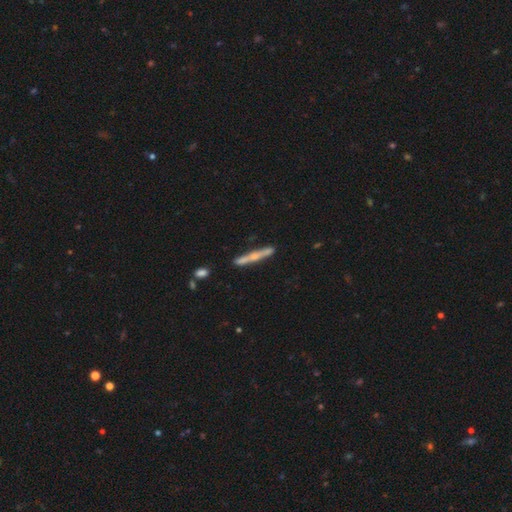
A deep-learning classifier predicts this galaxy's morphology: smooth_or_featured: featured or disk (p=0.54) [alt: smooth p=0.40]
disk_edge_on: yes (p=0.95) [alt: no p=0.05]
edge_on_bulge: rounded (p=0.68) [alt: none p=0.23]
merging: none (p=0.82) [alt: minor disturbance p=0.12]